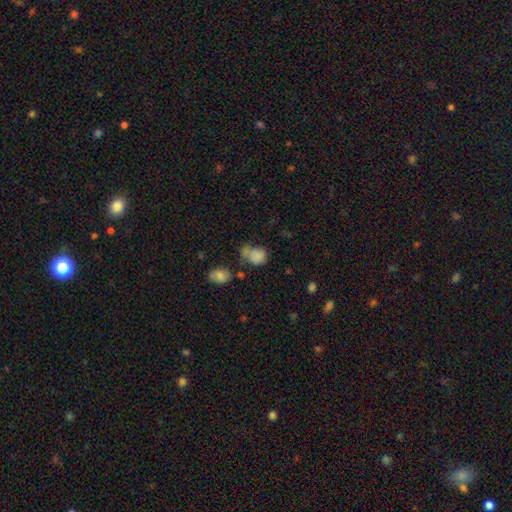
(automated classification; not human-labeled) The model was most divided on "how rounded": in between: 50%, round: 48%, cigar-shaped: 1%. Remaining: smooth or featured — smooth (78%); merging — none (36%).